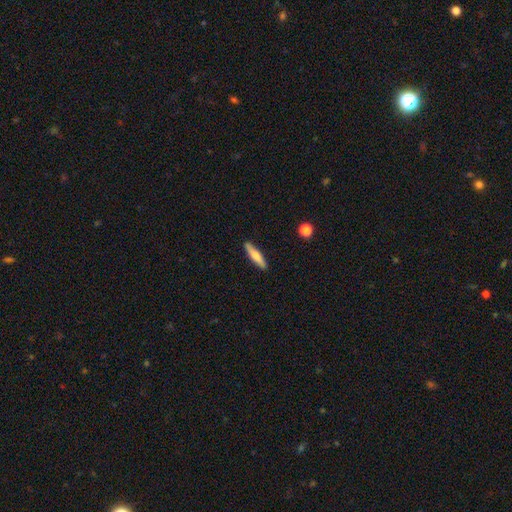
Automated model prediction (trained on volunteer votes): A smooth galaxy with no disk features (59%) that is cigar-shaped (86%). Merging: none (90%).